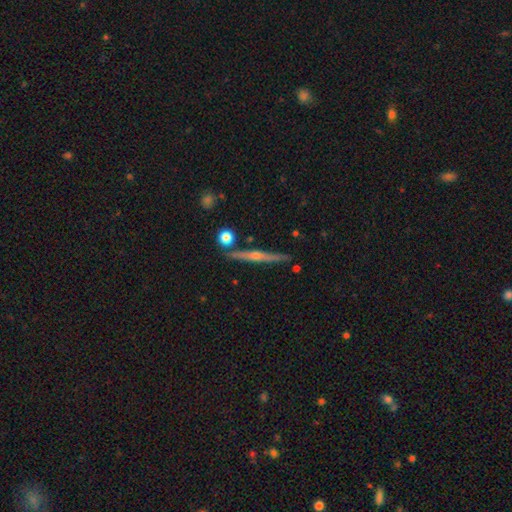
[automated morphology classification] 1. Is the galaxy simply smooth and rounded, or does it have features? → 80% featured or disk, 13% smooth, 7% star or artifact.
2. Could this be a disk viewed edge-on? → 98% yes, 2% no.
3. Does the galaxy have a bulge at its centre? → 85% rounded, 11% none, 5% boxy.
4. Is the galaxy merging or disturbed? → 89% none, 7% minor disturbance, 3% merger, 2% major disturbance.